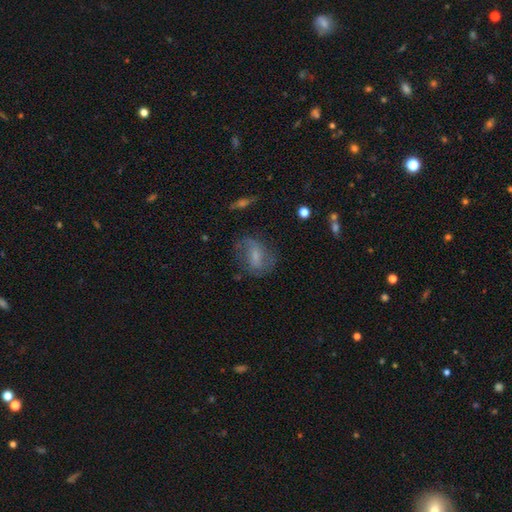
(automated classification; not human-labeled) Q: Smooth or featured?
A: featured or disk (55%); runner-up: smooth (35%)
Q: Edge-on disk?
A: no (95%); runner-up: yes (5%)
Q: Bar?
A: weak (47%); runner-up: no (29%)
Q: Spiral arms?
A: yes (79%); runner-up: no (21%)
Q: Bulge size?
A: small (39%); runner-up: none (29%)
Q: Merging?
A: none (61%); runner-up: minor disturbance (22%)